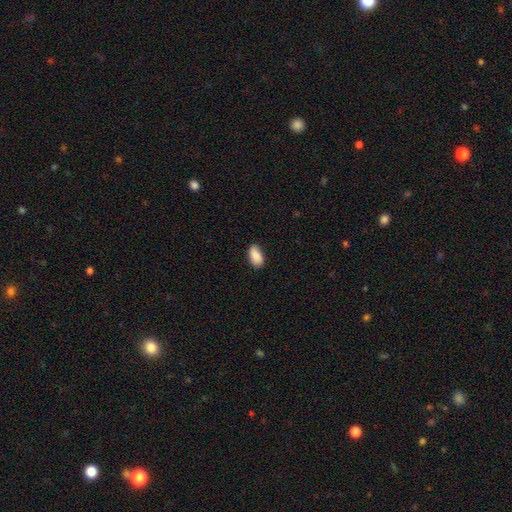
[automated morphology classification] This is clearly a smooth galaxy (88%). How rounded: clearly in between (93%). Merging: clearly none (82%).